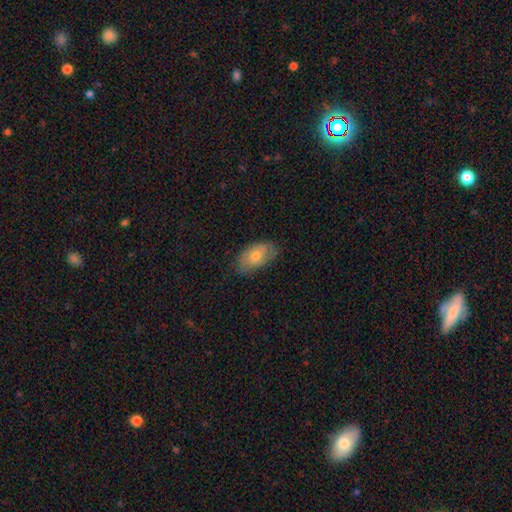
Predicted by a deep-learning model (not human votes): This is likely a smooth galaxy (63%). How rounded: clearly in between (91%). Merging: likely none (70%).